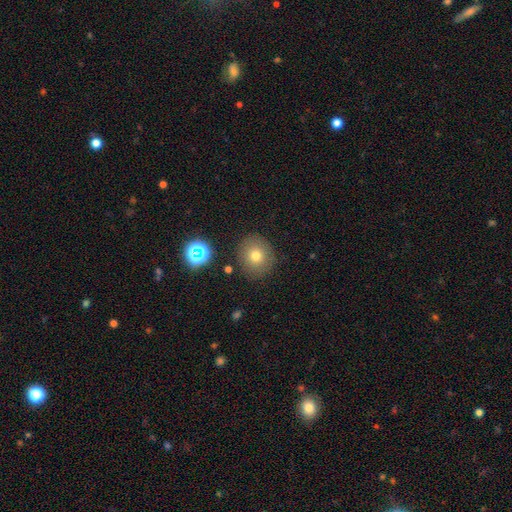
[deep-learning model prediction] Smooth or featured: smooth — 72% (star or artifact — 15%)
How rounded: round — 85% (in between — 14%)
Merging: none — 86% (minor disturbance — 9%)